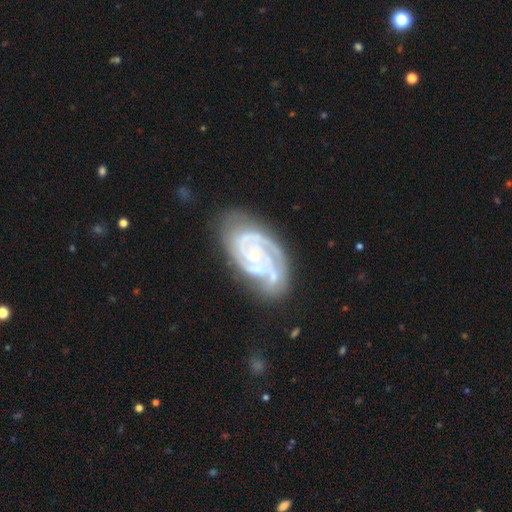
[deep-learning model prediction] Overall: featured or disk (88%). Edge-on disk: no (97%). Bar: no (65%; weak 27%). Spiral arms: yes (98%). Spiral arm count: 3 (43%; 2 30%). Spiral winding: tight (66%; medium 30%). Bulge size: small (74%). Merging: none (63%).